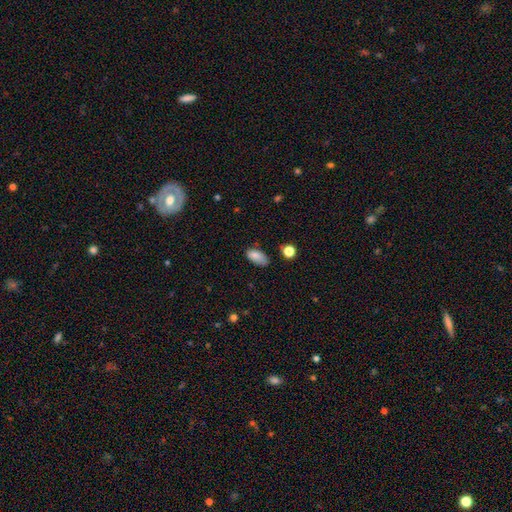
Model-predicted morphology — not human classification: smooth_or_featured: smooth (p=0.84) [alt: star or artifact p=0.09]
how_rounded: in between (p=0.91) [alt: cigar-shaped p=0.05]
merging: none (p=0.62) [alt: minor disturbance p=0.29]